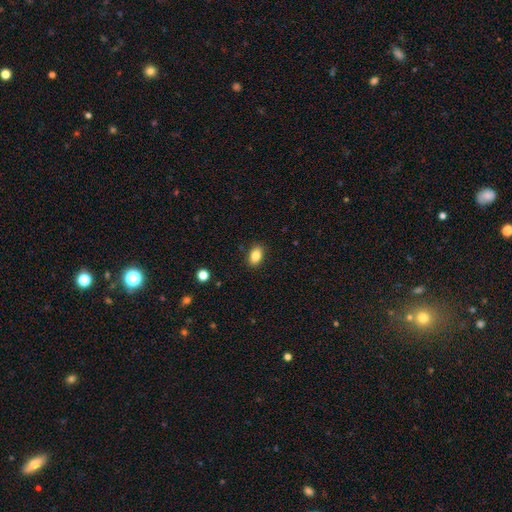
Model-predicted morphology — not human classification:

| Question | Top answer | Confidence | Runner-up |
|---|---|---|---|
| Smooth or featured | smooth | 85% | star or artifact (9%) |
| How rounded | in between | 87% | round (12%) |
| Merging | none | 88% | minor disturbance (9%) |